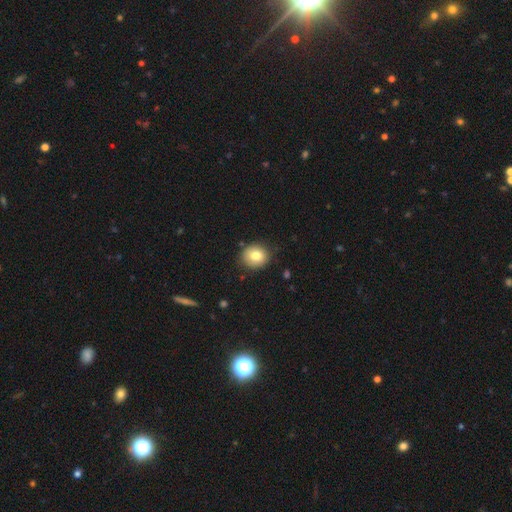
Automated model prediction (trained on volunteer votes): Q: Smooth or featured?
A: smooth (79%); runner-up: featured or disk (11%)
Q: How rounded?
A: round (78%); runner-up: in between (21%)
Q: Merging?
A: none (85%); runner-up: minor disturbance (11%)